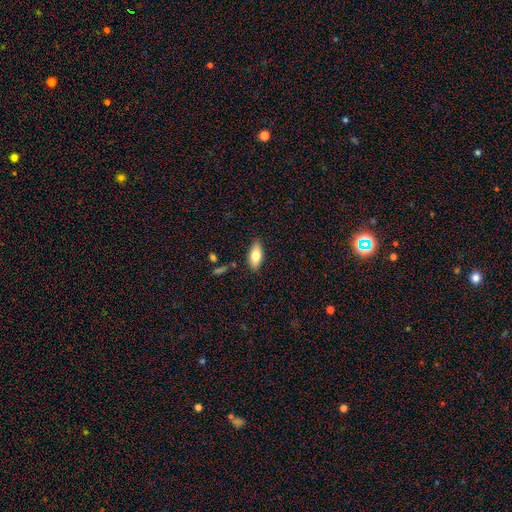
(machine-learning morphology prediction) This is likely a smooth galaxy (76%). How rounded: clearly in between (89%). Merging: clearly none (85%).